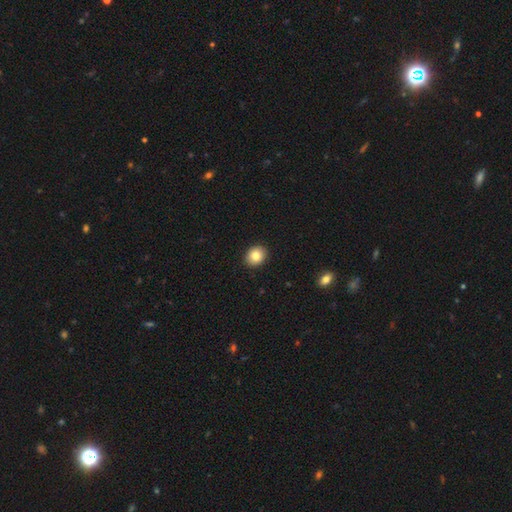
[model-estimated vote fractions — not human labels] Smooth or featured?
  - smooth: 83% *
  - star or artifact: 9%
  - featured or disk: 8%
How rounded?
  - round: 56% *
  - in between: 44%
  - cigar-shaped: 1%
Merging?
  - none: 92% *
  - minor disturbance: 6%
  - major disturbance: 2%
  - merger: 1%